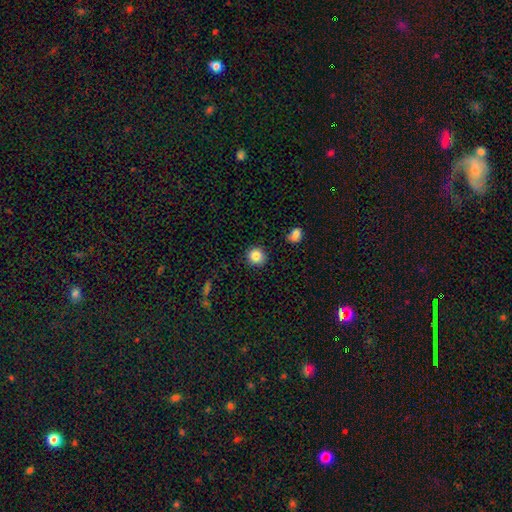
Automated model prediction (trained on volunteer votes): A smooth galaxy with no disk features (86%) that is round (90%).

Vote fractions:
- Smooth or featured? smooth: 86% / star or artifact: 10% / featured or disk: 4%
- How rounded? round: 90% / in between: 9% / cigar-shaped: 1%
- Merging? none: 89% / minor disturbance: 7% / major disturbance: 2% / merger: 2%